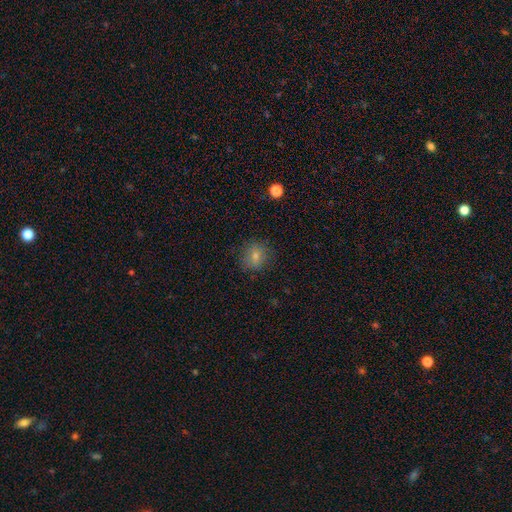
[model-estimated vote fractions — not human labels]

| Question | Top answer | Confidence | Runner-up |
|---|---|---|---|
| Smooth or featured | smooth | 76% | star or artifact (12%) |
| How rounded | round | 77% | in between (22%) |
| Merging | none | 83% | minor disturbance (12%) |